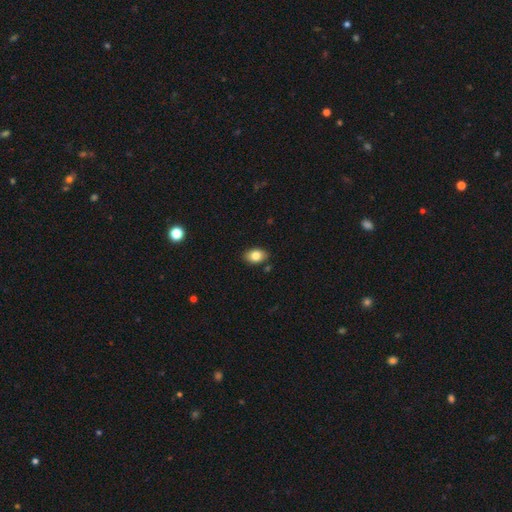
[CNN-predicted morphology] type=smooth (82%); roundness=in between (83%); merging=none (85%).